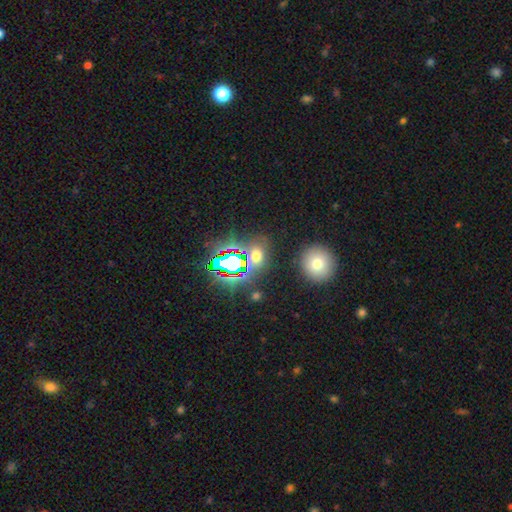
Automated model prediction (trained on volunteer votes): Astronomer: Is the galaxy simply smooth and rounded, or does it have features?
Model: smooth — 48% (runner-up: star or artifact, 43%).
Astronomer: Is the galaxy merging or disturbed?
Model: none — 75%.